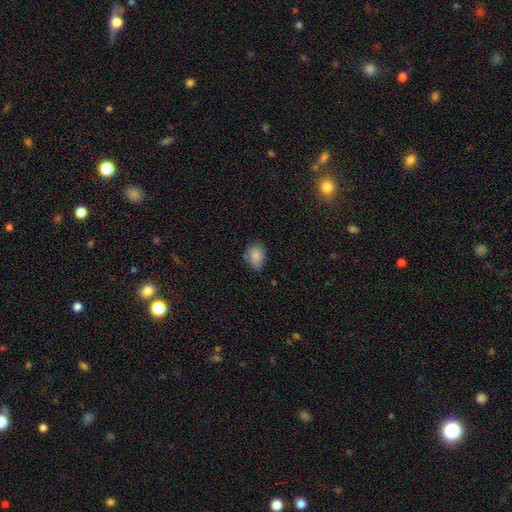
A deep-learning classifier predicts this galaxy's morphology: smooth-or-featured: smooth: 85% | star or artifact: 8% | featured or disk: 6%
  how-rounded: in between: 78% | round: 21% | cigar-shaped: 1%
  merging: none: 63% | minor disturbance: 27% | major disturbance: 5% | merger: 4%